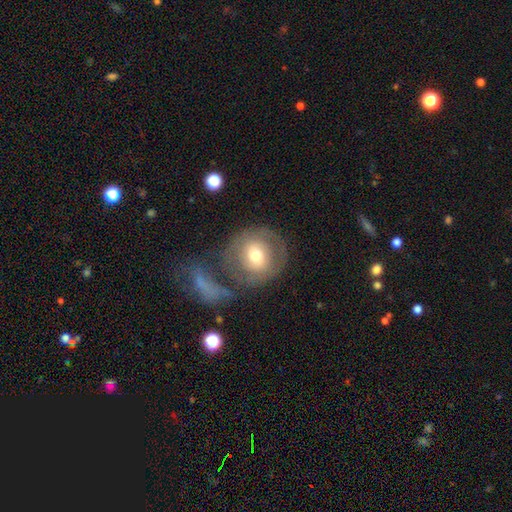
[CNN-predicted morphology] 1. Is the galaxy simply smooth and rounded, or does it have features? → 55% smooth, 38% featured or disk, 8% star or artifact.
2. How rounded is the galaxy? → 87% round, 12% in between, 1% cigar-shaped.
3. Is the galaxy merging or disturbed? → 59% none, 15% minor disturbance, 14% merger, 11% major disturbance.